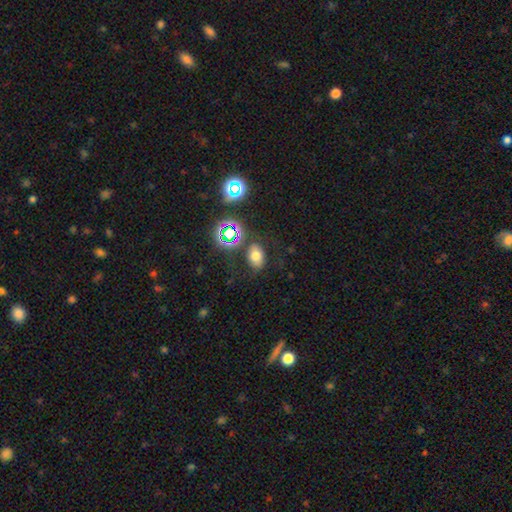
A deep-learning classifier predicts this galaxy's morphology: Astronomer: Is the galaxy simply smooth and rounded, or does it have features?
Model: smooth — 65%.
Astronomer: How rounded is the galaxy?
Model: in between — 78%.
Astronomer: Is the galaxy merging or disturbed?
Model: none — 75%.